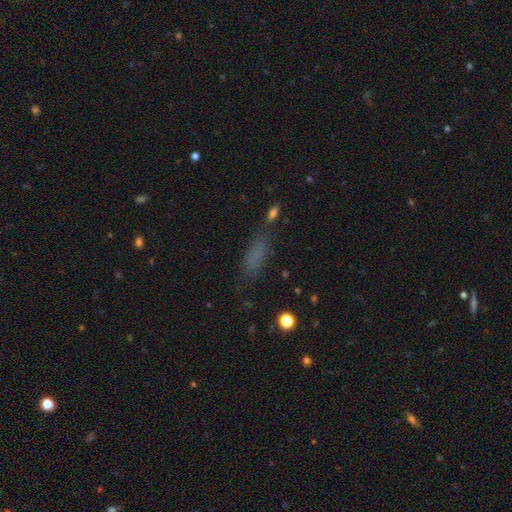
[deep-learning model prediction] Q: Smooth or featured?
A: smooth (69%); runner-up: star or artifact (18%)
Q: How rounded?
A: in between (48%); tied with: cigar-shaped (48%)
Q: Merging?
A: none (63%); runner-up: minor disturbance (20%)